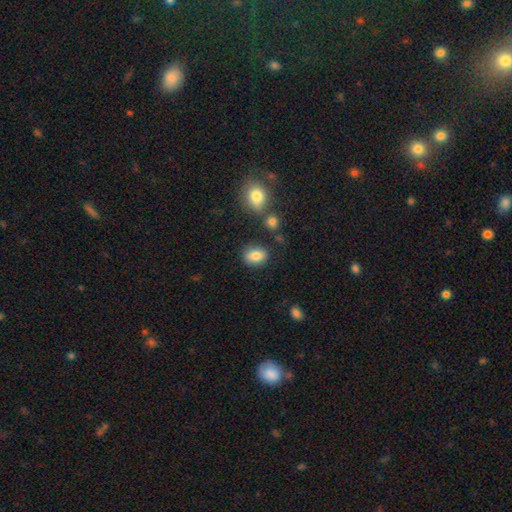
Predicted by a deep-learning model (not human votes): A smooth galaxy with no disk features (82%) that is in between round and cigar-shaped (69%). Merging: none (81%).